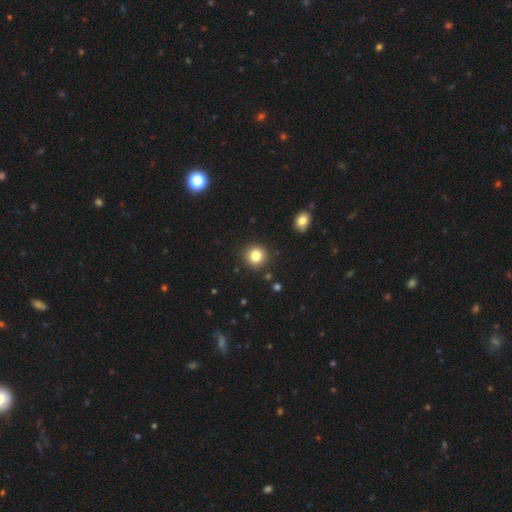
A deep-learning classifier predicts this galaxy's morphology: The model was most divided on "smooth or featured": smooth: 83%, star or artifact: 11%, featured or disk: 6%. More confident: how rounded — round (91%); merging — none (89%).